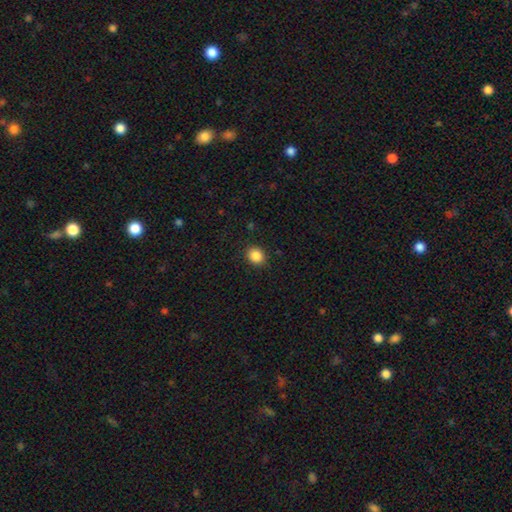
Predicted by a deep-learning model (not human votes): Q: Smooth or featured?
A: smooth (87%); runner-up: star or artifact (10%)
Q: How rounded?
A: round (67%); runner-up: in between (33%)
Q: Merging?
A: none (89%); runner-up: minor disturbance (7%)